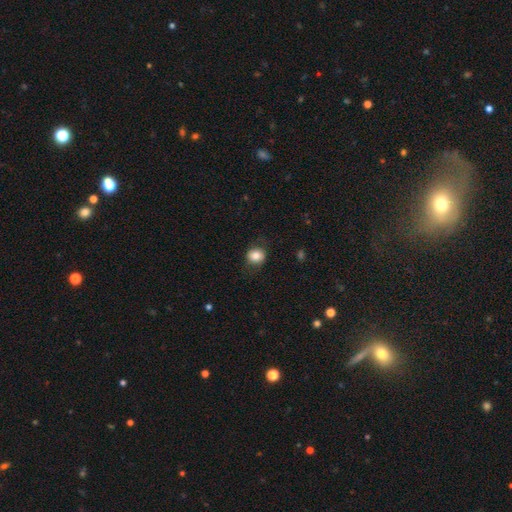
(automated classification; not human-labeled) Smooth or featured?
  - smooth: 81% *
  - featured or disk: 10%
  - star or artifact: 9%
How rounded?
  - round: 74% *
  - in between: 25%
  - cigar-shaped: 1%
Merging?
  - none: 78% *
  - minor disturbance: 15%
  - major disturbance: 6%
  - merger: 1%